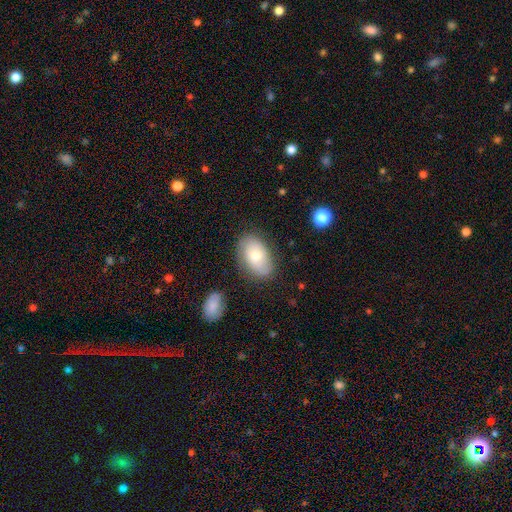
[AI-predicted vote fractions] Overall: smooth (61%; featured or disk 32%). How rounded: in between (89%). Merging: none (76%).